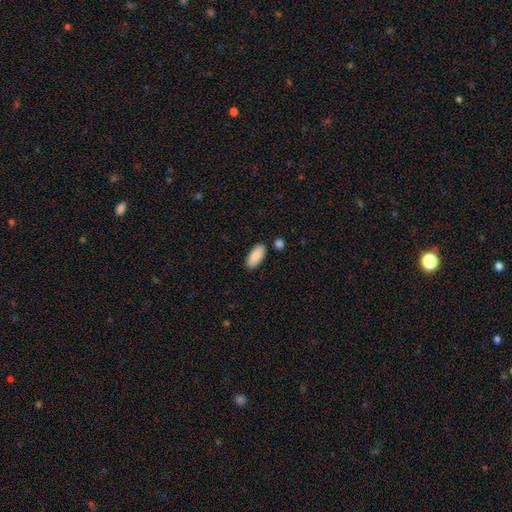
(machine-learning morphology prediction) Overall: smooth (89%). How rounded: in between (87%). Merging: none (85%).